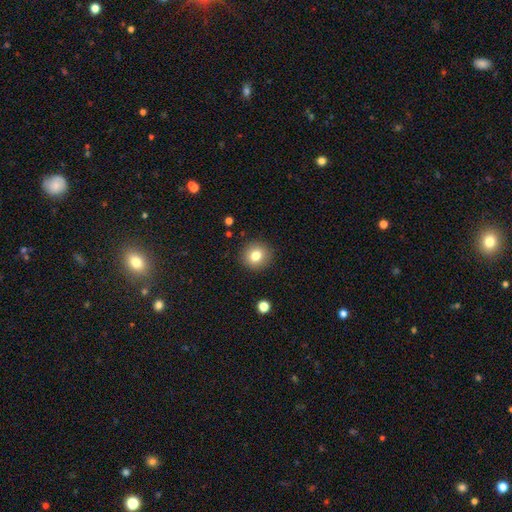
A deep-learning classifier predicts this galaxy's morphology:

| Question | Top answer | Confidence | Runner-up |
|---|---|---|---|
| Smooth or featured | smooth | 80% | star or artifact (11%) |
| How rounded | round | 88% | in between (11%) |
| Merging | none | 90% | minor disturbance (6%) |